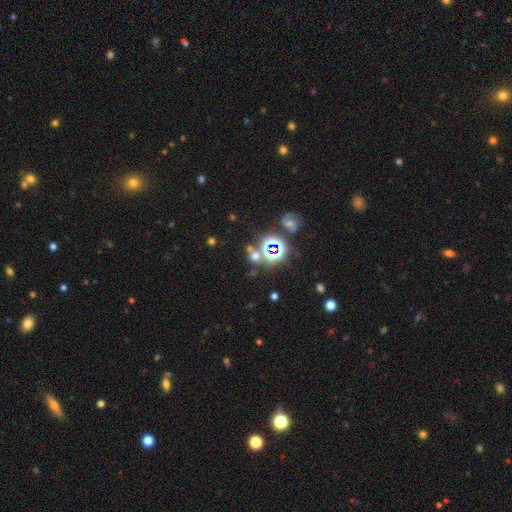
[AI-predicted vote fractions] star or artifact 49%, smooth 40%, featured or disk 11%.